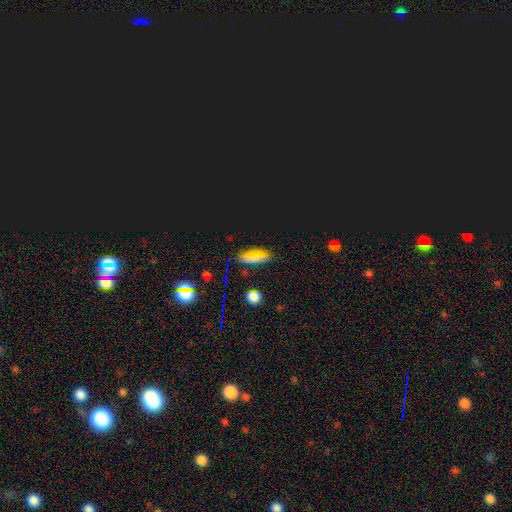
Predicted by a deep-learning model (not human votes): Morphology: type=smooth (45%); merging=none (82%).